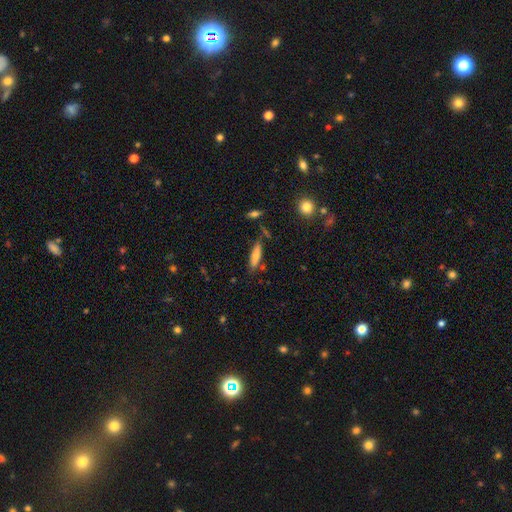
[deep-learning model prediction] Smooth or featured? smooth (68%)
How rounded? cigar-shaped (57%)
Merging? none (72%)